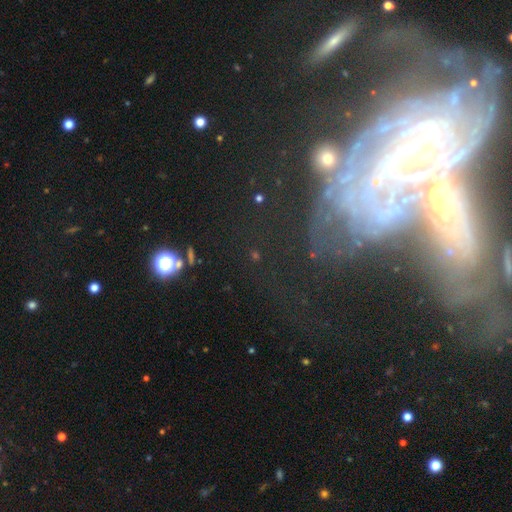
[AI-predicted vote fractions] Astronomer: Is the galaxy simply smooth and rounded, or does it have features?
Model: featured or disk — 73%.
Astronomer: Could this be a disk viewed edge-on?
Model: no — 92%.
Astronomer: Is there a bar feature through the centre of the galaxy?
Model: no — 60%.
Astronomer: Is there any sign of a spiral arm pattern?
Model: yes — 80%.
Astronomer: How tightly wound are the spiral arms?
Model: tight — 62%.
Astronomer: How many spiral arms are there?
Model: can't tell — 36% (runner-up: 2, 17%).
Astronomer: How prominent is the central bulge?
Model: small — 67%.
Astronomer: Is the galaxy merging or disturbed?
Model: none — 37% (runner-up: merger, 28%).